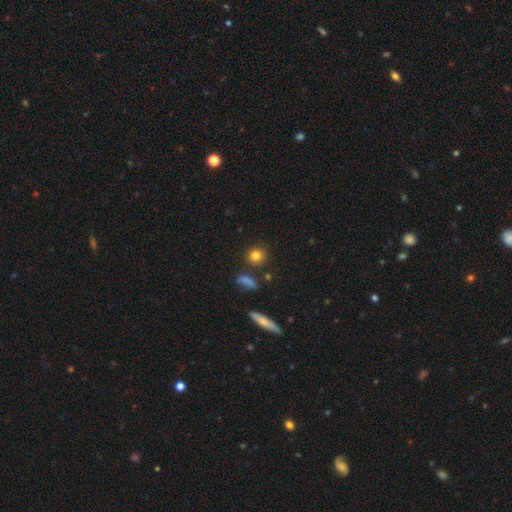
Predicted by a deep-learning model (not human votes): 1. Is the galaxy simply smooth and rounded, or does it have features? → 82% smooth, 11% star or artifact, 7% featured or disk.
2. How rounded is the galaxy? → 86% round, 12% in between, 2% cigar-shaped.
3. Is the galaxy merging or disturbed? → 85% none, 8% minor disturbance, 4% merger, 3% major disturbance.